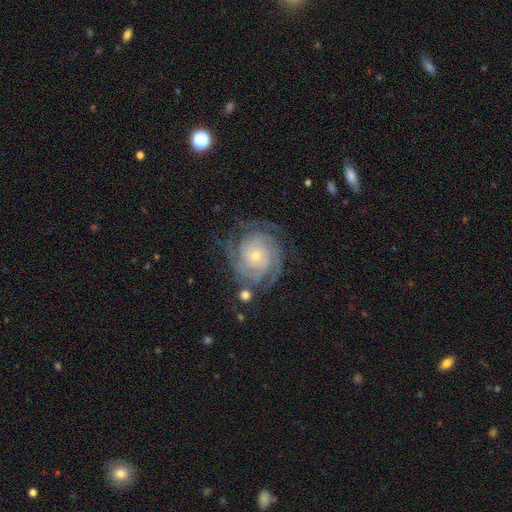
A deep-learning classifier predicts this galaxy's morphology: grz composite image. It shows a featured or disk galaxy (90%) with no bar (77%), 3 (27%) tight (77%) spiral arms (98%) and a small central bulge (75%). Merging: none (74%).